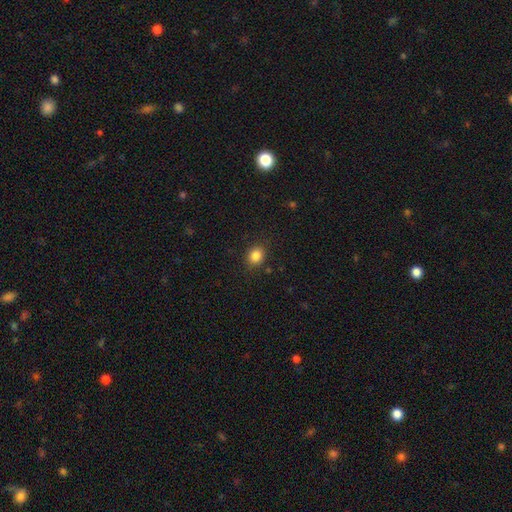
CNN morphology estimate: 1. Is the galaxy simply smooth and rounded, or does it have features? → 85% smooth, 11% star or artifact, 4% featured or disk.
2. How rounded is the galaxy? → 63% round, 36% in between, 1% cigar-shaped.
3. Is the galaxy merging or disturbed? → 87% none, 9% minor disturbance, 3% major disturbance, 1% merger.